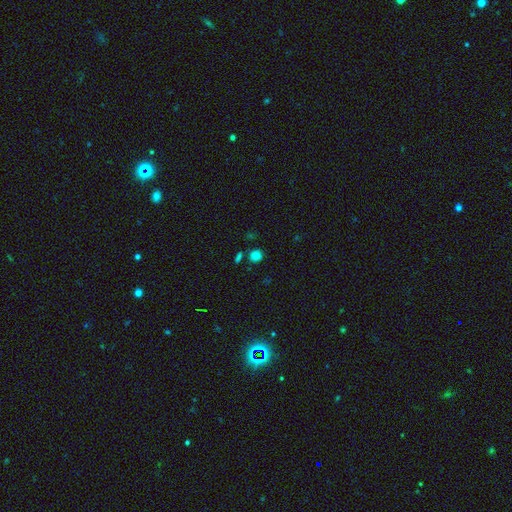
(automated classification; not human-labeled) This appears to be a smooth galaxy with no disk features (77%) that is round (84%). Merging: none (75%).